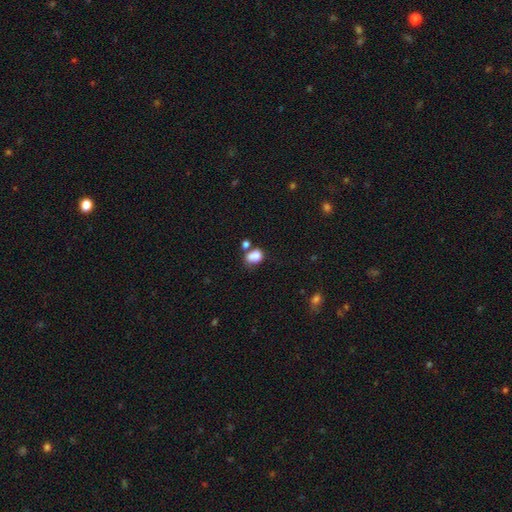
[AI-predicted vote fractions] Q: Smooth or featured?
A: smooth (79%); runner-up: featured or disk (11%)
Q: How rounded?
A: in between (61%); runner-up: round (37%)
Q: Merging?
A: merger (41%); runner-up: none (33%)